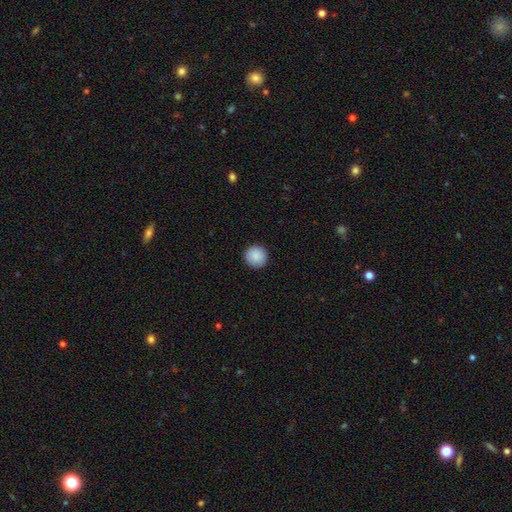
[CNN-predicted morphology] This is clearly a smooth galaxy (90%). How rounded: clearly round (95%). Merging: clearly none (92%).